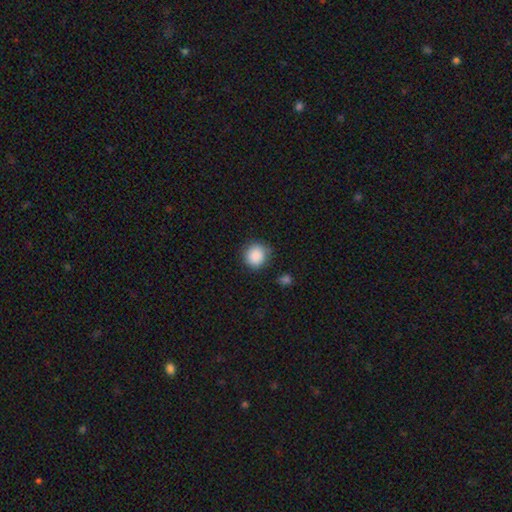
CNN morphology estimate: Smooth or featured? smooth (88%)
How rounded? round (88%)
Merging? none (84%)